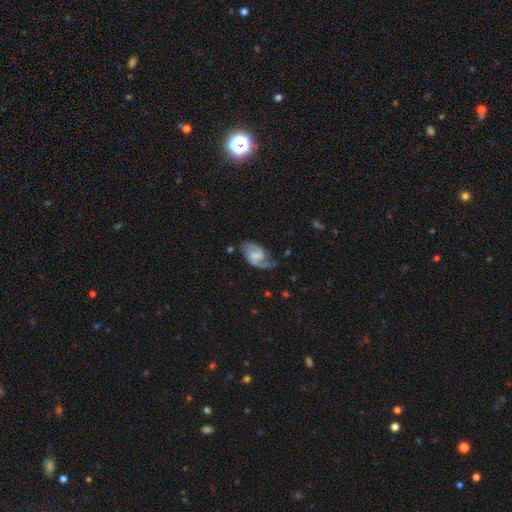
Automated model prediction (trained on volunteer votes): featured or disk 80%, smooth 14%, star or artifact 5%. Down the decision tree: edge-on disk — no (97%); bar — weak (55%); spiral arms — yes (95%); spiral arm count — 2 (82%); spiral winding — medium (52%); bulge size — small (33%); merging — none (63%).